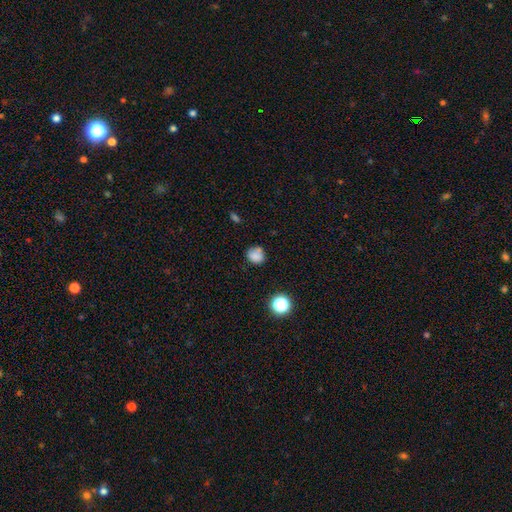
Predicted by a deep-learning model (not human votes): Smooth or featured? smooth (80%)
How rounded? round (78%)
Merging? none (66%)